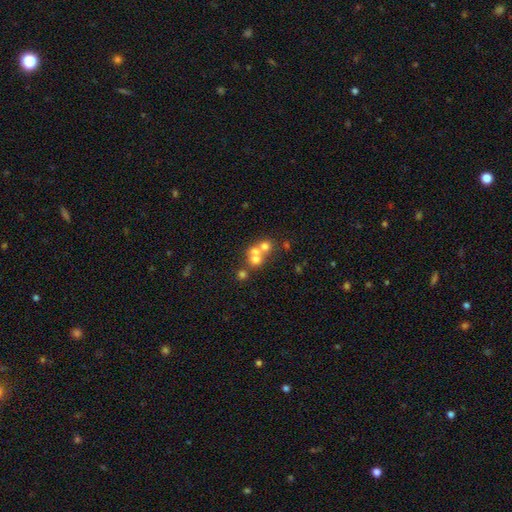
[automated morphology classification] A smooth galaxy with no disk features (59%) that is round (83%). Merging: merger (58%).